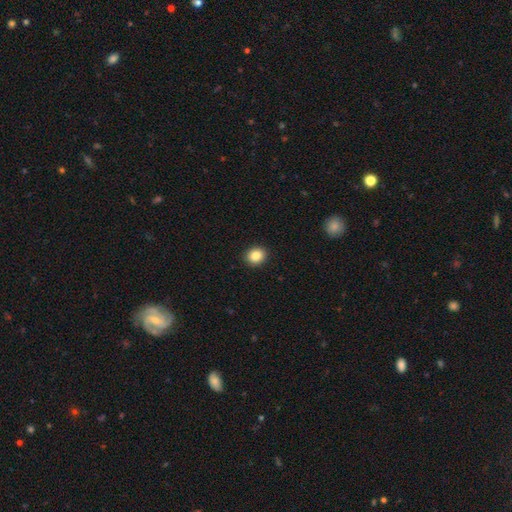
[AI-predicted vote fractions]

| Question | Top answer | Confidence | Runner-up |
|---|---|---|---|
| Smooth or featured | smooth | 85% | star or artifact (9%) |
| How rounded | round | 73% | in between (26%) |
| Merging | none | 92% | minor disturbance (5%) |